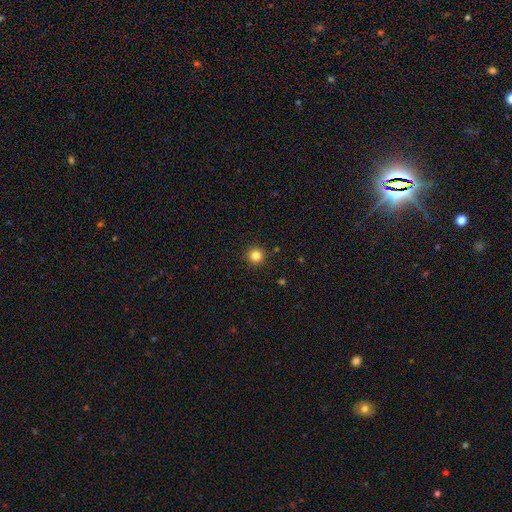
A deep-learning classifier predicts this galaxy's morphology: A smooth galaxy with no disk features (83%) that is round (96%).

Vote fractions:
- Smooth or featured? smooth: 83% / star or artifact: 12% / featured or disk: 5%
- How rounded? round: 96% / in between: 3% / cigar-shaped: 1%
- Merging? none: 92% / minor disturbance: 5% / major disturbance: 2% / merger: 1%